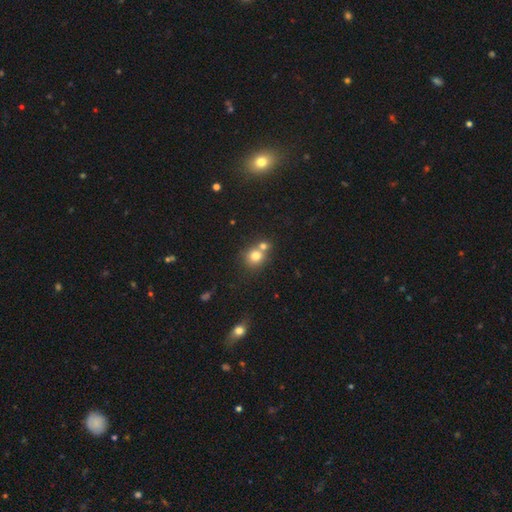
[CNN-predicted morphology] This is likely a smooth galaxy (76%). How rounded: clearly round (84%). Merging: possibly none (45%, tied with merger).